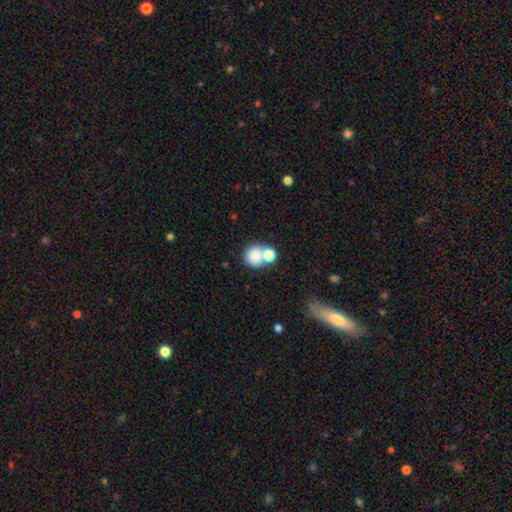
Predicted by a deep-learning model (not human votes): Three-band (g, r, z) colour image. It shows a smooth galaxy with no disk features (79%) that is round (84%). Merging: merger (47%).